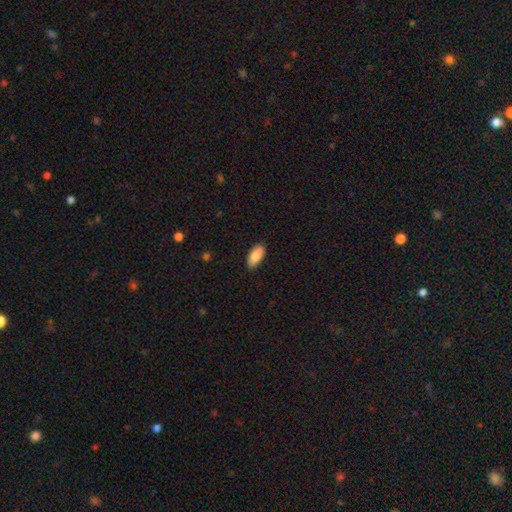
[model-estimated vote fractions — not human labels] Morphology: type=smooth (85%); roundness=in between (88%); merging=none (89%).